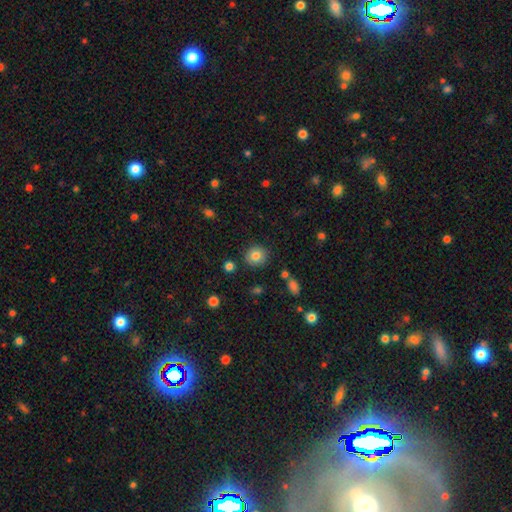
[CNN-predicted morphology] The model was most divided on "smooth or featured": smooth: 81%, star or artifact: 10%, featured or disk: 9%. More confident: merging — none (87%); how rounded — round (86%).